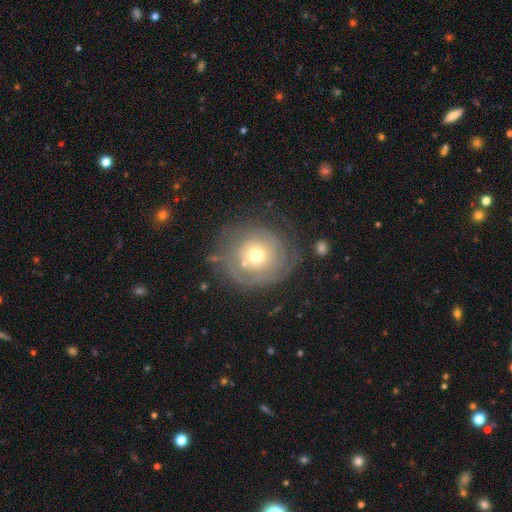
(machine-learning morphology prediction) featured or disk 67%, smooth 25%, star or artifact 8%. Down the decision tree: edge-on disk — no (97%); bar — no (86%); spiral arms — yes (78%); spiral arm count — can't tell (42%); spiral winding — tight (73%); bulge size — moderate (56%); merging — none (67%).